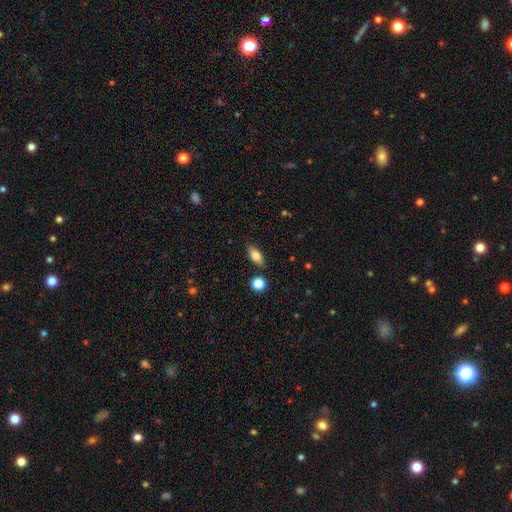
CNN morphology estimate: smooth_or_featured: smooth (p=0.77) [alt: featured or disk p=0.15]
how_rounded: in between (p=0.82) [alt: cigar-shaped p=0.13]
merging: none (p=0.84) [alt: minor disturbance p=0.10]